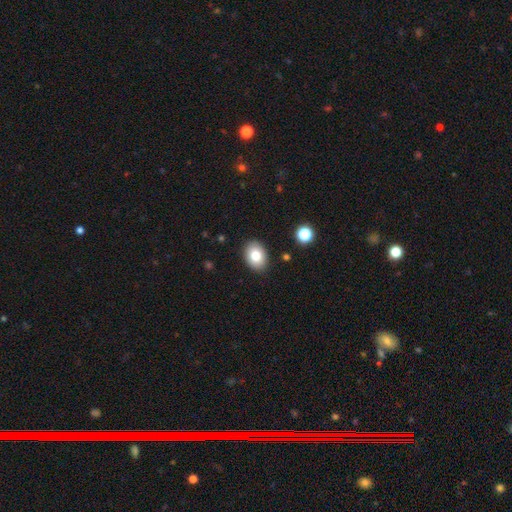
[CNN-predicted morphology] Smooth or featured?
  - smooth: 80% *
  - featured or disk: 11%
  - star or artifact: 9%
How rounded?
  - in between: 71% *
  - round: 28%
  - cigar-shaped: 1%
Merging?
  - none: 89% *
  - minor disturbance: 8%
  - major disturbance: 2%
  - merger: 1%